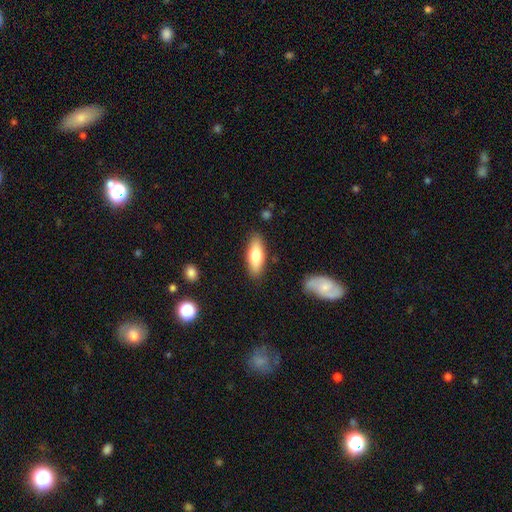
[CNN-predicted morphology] smooth_or_featured: smooth (p=0.71) [alt: featured or disk p=0.23]
how_rounded: in between (p=0.68) [alt: cigar-shaped p=0.30]
merging: none (p=0.85) [alt: minor disturbance p=0.10]